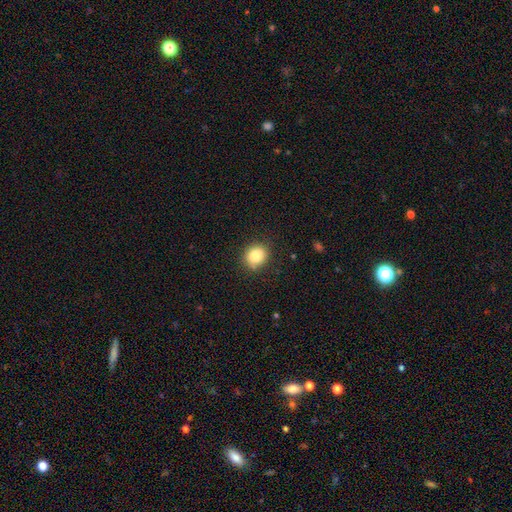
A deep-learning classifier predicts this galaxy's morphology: This appears to be a smooth galaxy with no disk features (83%) that is round (75%). Merging: none (83%).